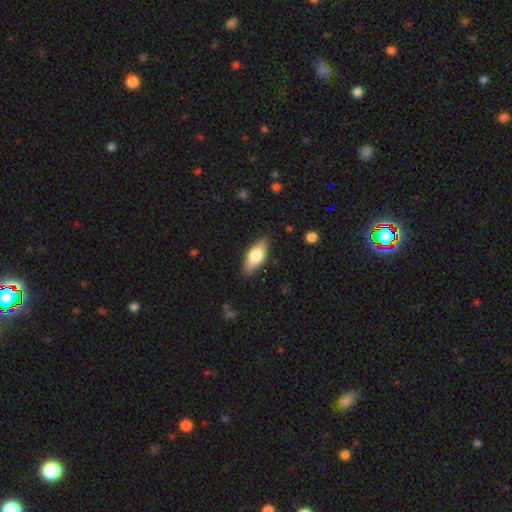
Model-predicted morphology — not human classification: This appears to be a smooth galaxy with no disk features (67%) that is in between round and cigar-shaped (81%). Merging: none (85%).